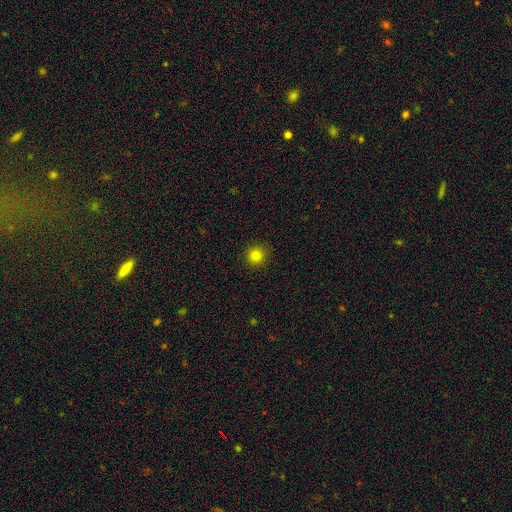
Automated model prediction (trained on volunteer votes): The model was most divided on "smooth or featured": smooth: 80%, star or artifact: 14%, featured or disk: 6%. More confident: how rounded — round (95%); merging — none (92%).